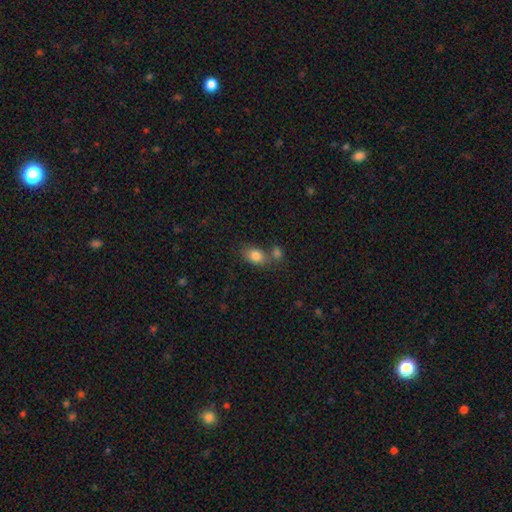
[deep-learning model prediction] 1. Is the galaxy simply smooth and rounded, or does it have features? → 81% smooth, 10% star or artifact, 9% featured or disk.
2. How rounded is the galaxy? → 79% in between, 20% round, 2% cigar-shaped.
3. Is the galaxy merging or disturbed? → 53% none, 30% merger, 13% minor disturbance, 4% major disturbance.